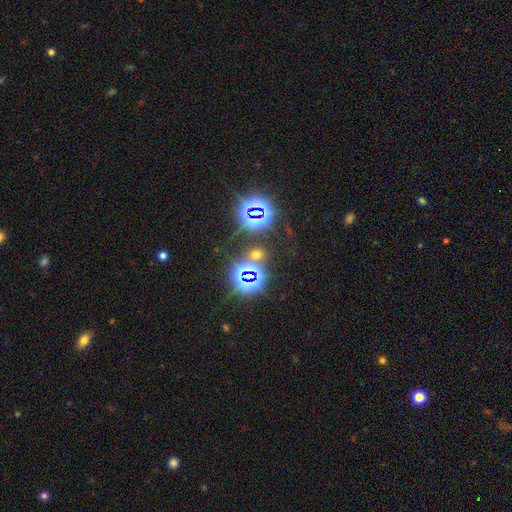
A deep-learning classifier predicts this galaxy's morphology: The model was most divided on "smooth or featured": star or artifact: 67%, smooth: 25%, featured or disk: 8%.